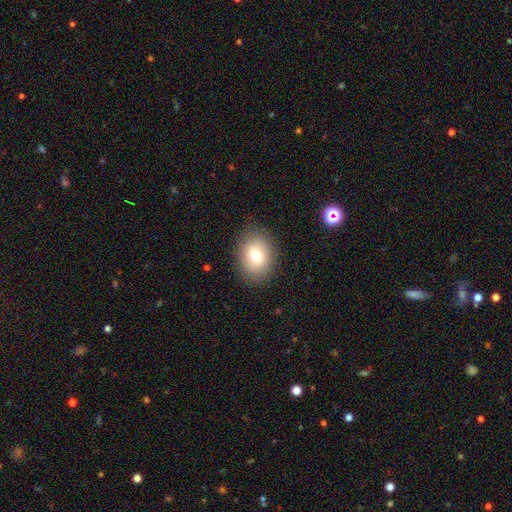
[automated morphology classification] Smooth or featured? smooth (74%)
How rounded? in between (65%)
Merging? none (86%)